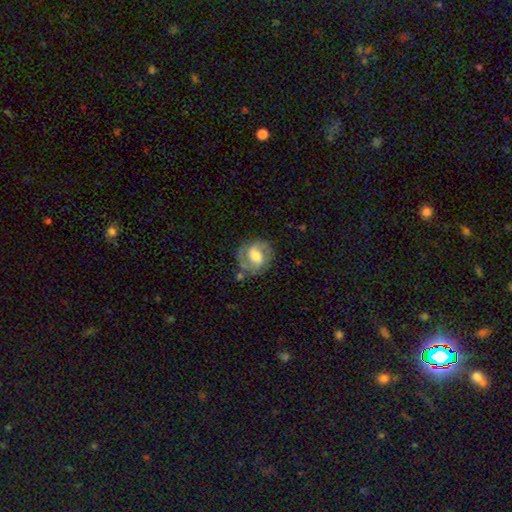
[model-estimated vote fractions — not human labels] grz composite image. It shows a featured or disk galaxy (75%) with a weak bar (51%), 2 (84%) medium (50%) spiral arms (90%) and a moderate central bulge (63%). Merging: none (73%).